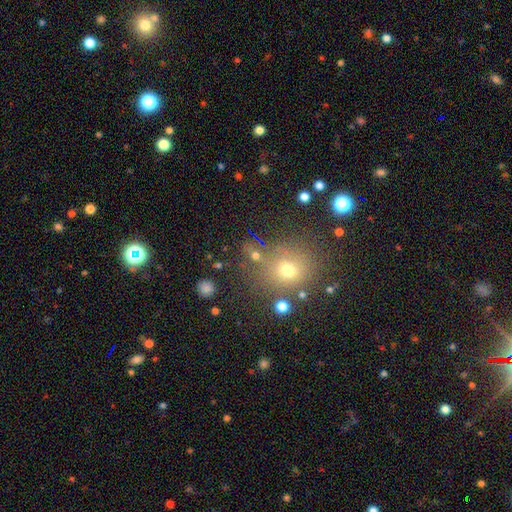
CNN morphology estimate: This appears to be a smooth galaxy with no disk features (60%) that is round (71%). Merging: none (64%).